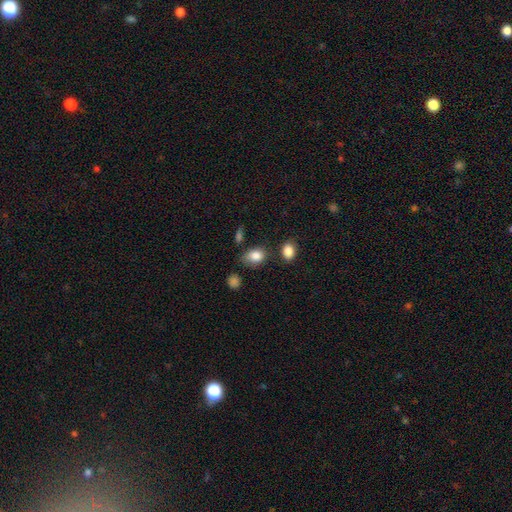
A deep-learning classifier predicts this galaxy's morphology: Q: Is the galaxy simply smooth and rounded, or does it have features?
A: smooth — 85%.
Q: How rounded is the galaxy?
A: in between — 71%.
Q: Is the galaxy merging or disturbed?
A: none — 61%.